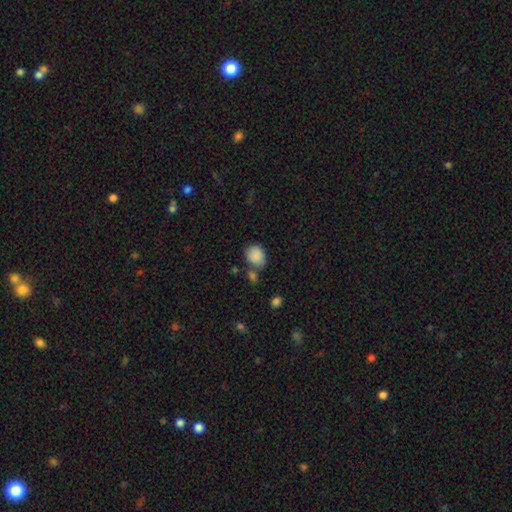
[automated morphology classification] The model was most divided on "how rounded": round: 59%, in between: 40%, cigar-shaped: 1%. More confident: smooth or featured — smooth (87%); merging — none (57%).